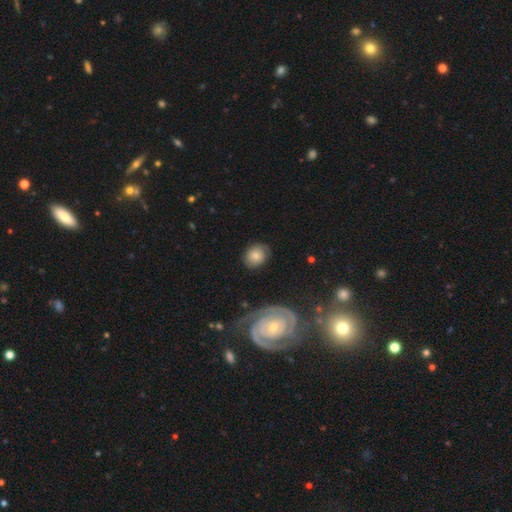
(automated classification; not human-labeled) A smooth galaxy with no disk features (68%) that is round (58%).

Vote fractions:
- Smooth or featured? smooth: 68% / featured or disk: 24% / star or artifact: 8%
- How rounded? round: 58% / in between: 41% / cigar-shaped: 1%
- Merging? none: 77% / minor disturbance: 16% / major disturbance: 5% / merger: 2%